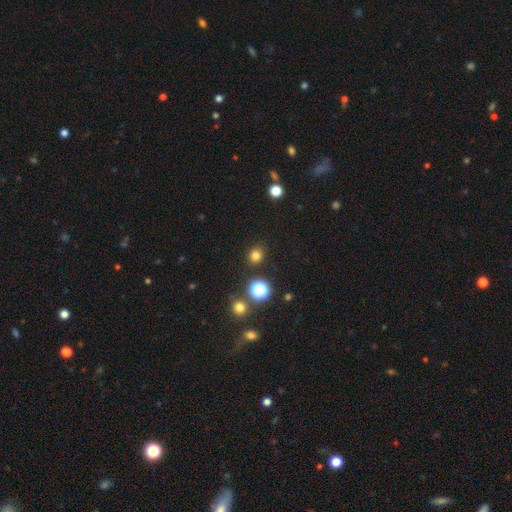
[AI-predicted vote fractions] A smooth galaxy with no disk features (78%) that is round (86%). Merging: none (89%).